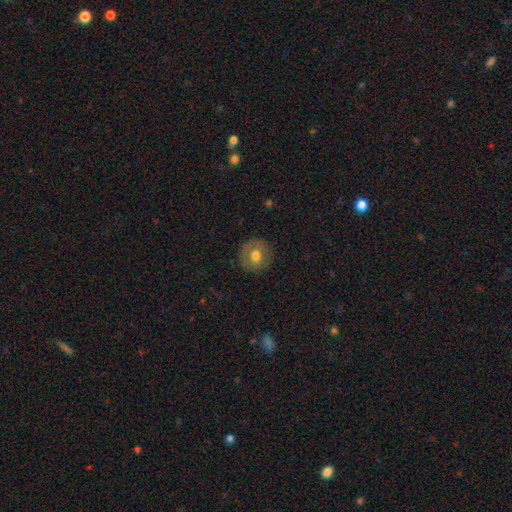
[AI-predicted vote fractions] Overall: smooth (67%). How rounded: round (92%). Merging: none (86%).